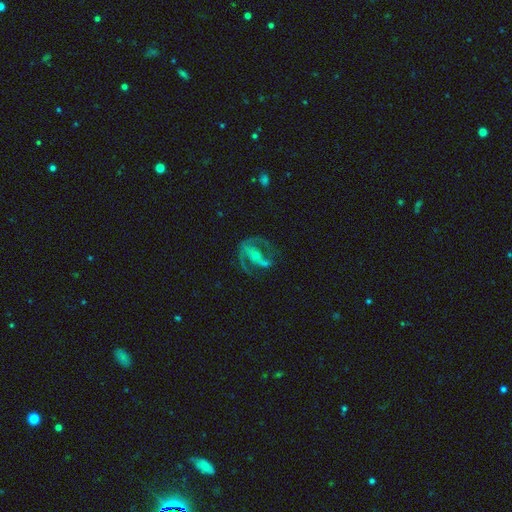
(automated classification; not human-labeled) Morphology: type=featured or disk (82%); edge-on=no (97%); bar=no (36%); spiral arms=yes (84%); winding=medium (52%); arm count=2 (75%); bulge=small (66%); merging=none (52%).